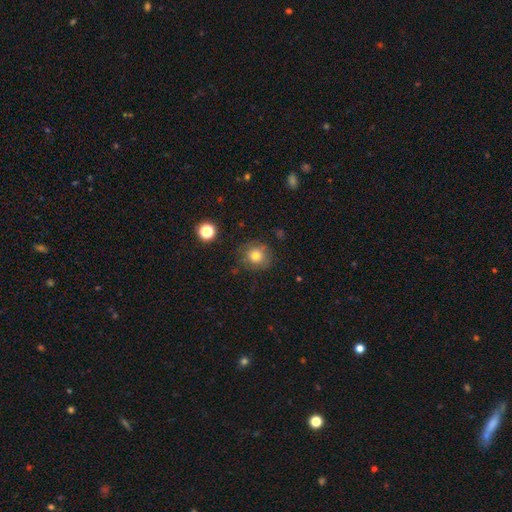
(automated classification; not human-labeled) Smooth or featured? Predicted: smooth (p=0.76). How rounded? Predicted: round (p=0.87). Merging? Predicted: none (p=0.77).